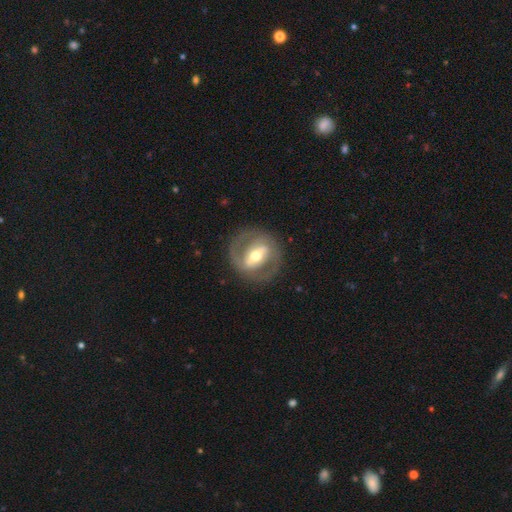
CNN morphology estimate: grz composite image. It shows a featured or disk galaxy (76%) with a strong bar (60%), spiral arms (59%) and a moderate central bulge (69%). Merging: none (81%).